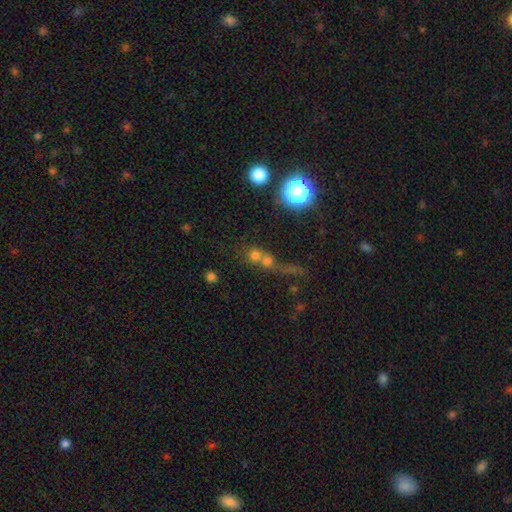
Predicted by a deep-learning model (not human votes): Smooth or featured? Predicted: smooth (p=0.60). How rounded? Predicted: round (p=0.82). Merging? Predicted: merger (p=0.54).